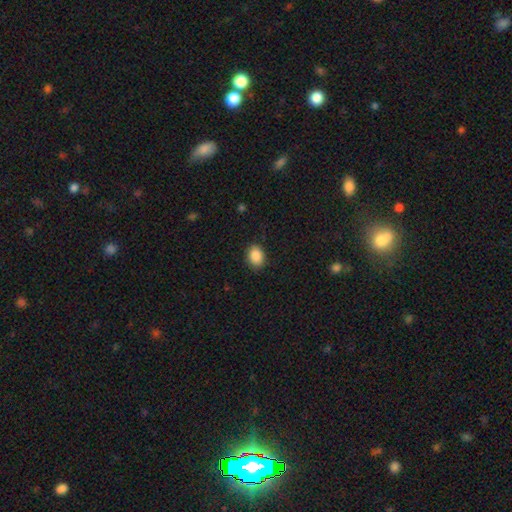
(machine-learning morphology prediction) This is clearly a smooth galaxy (88%). How rounded: likely in between (65%). Merging: clearly none (87%).